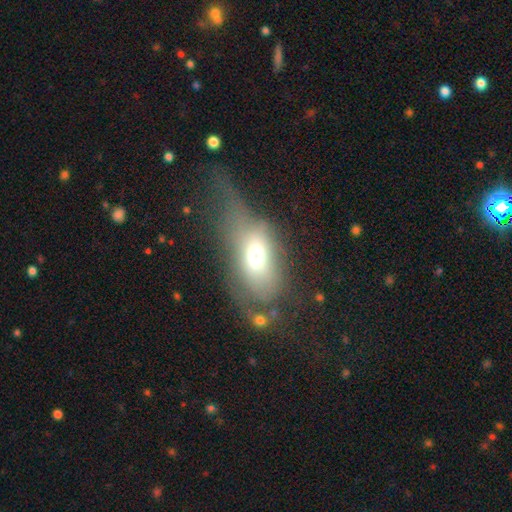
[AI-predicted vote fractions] Smooth or featured? Predicted: smooth (p=0.60). How rounded? Predicted: in between (p=0.84). Merging? Predicted: major disturbance (p=0.47).